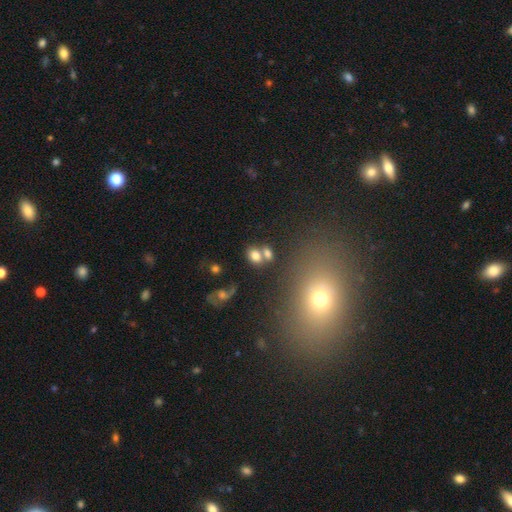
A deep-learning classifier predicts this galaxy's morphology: A smooth galaxy with no disk features (75%) that is in between round and cigar-shaped (63%). Merging: none (44%).